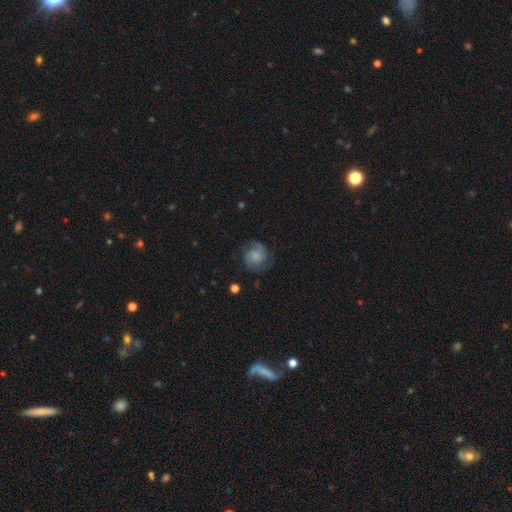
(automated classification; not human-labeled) featured or disk 60%, smooth 32%, star or artifact 8%. Down the decision tree: edge-on disk — no (98%); bar — no (72%); spiral arms — yes (92%); spiral arm count — 2 (66%); spiral winding — medium (43%); bulge size — none (32%, tied with small); merging — none (69%).